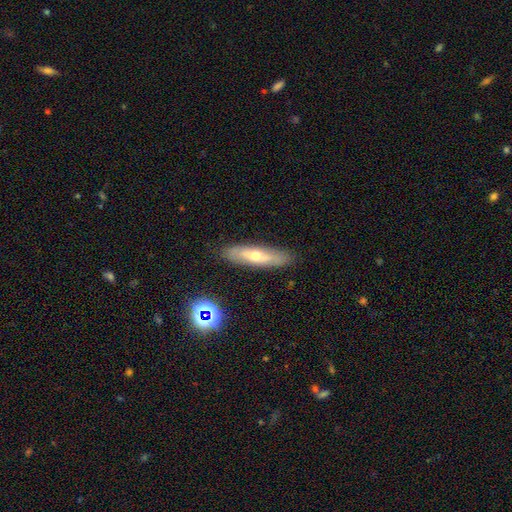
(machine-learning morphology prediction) The model was most divided on "smooth or featured": featured or disk: 47%, smooth: 46%, star or artifact: 7%. More confident: merging — none (86%).